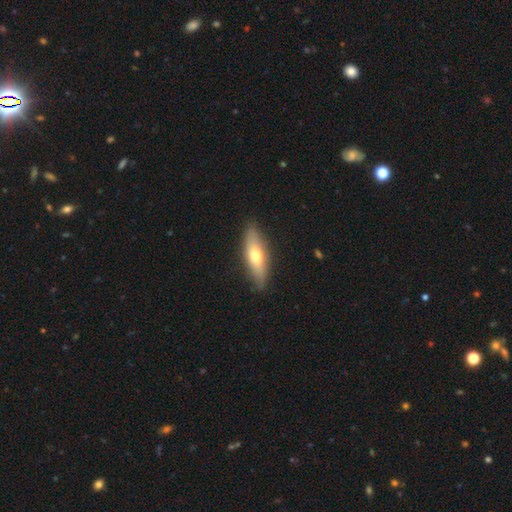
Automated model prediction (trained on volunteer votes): smooth_or_featured: smooth (p=0.57) [alt: featured or disk p=0.37]
how_rounded: cigar-shaped (p=0.53) [alt: in between p=0.45]
merging: none (p=0.84) [alt: minor disturbance p=0.12]